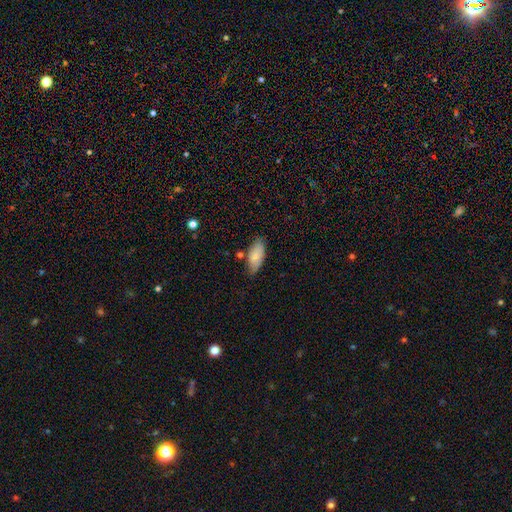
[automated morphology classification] smooth_or_featured: smooth (p=0.83) [alt: featured or disk p=0.11]
how_rounded: in between (p=0.89) [alt: cigar-shaped p=0.09]
merging: none (p=0.71) [alt: minor disturbance p=0.21]